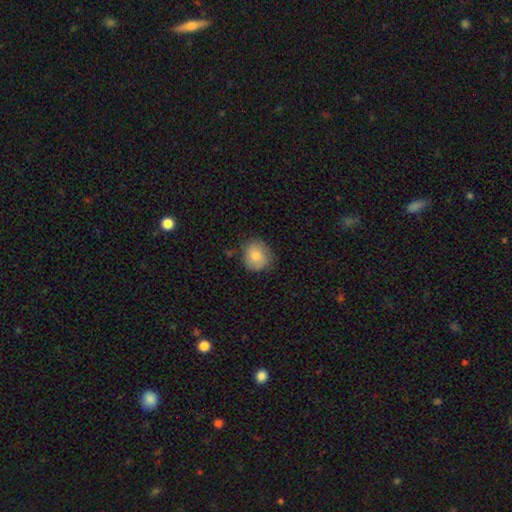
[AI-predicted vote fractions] A smooth galaxy with no disk features (78%) that is round (81%). Merging: none (77%).